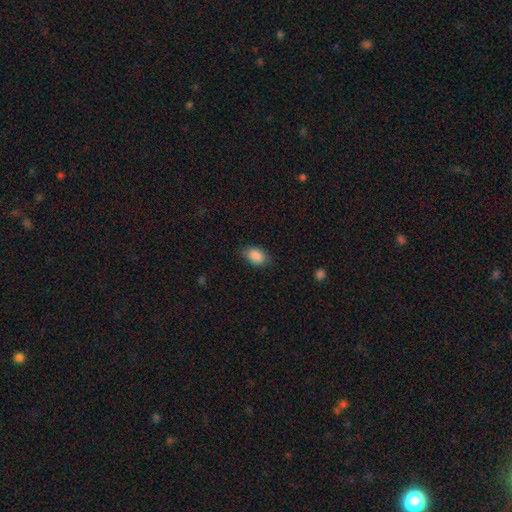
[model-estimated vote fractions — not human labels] Smooth or featured?
  - smooth: 88% *
  - star or artifact: 7%
  - featured or disk: 5%
How rounded?
  - in between: 88% *
  - round: 10%
  - cigar-shaped: 2%
Merging?
  - none: 77% *
  - minor disturbance: 18%
  - major disturbance: 4%
  - merger: 1%